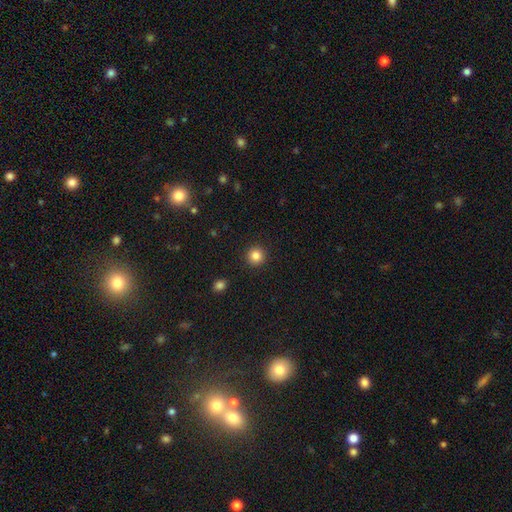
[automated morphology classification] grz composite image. It shows a smooth galaxy with no disk features (84%) that is round (95%). Merging: none (93%).